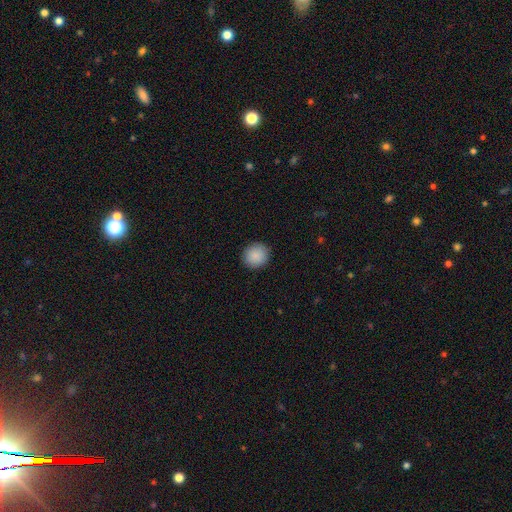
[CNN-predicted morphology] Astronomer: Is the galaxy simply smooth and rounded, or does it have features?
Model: smooth — 90%.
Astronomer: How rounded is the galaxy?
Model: round — 89%.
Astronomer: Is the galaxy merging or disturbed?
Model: none — 91%.